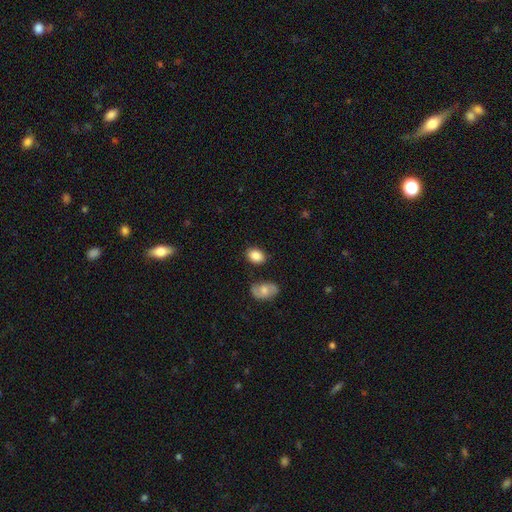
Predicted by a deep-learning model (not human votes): A smooth galaxy with no disk features (86%) that is in between round and cigar-shaped (78%).

Vote fractions:
- Smooth or featured? smooth: 86% / star or artifact: 7% / featured or disk: 7%
- How rounded? in between: 78% / round: 21% / cigar-shaped: 1%
- Merging? none: 78% / minor disturbance: 14% / merger: 5% / major disturbance: 3%